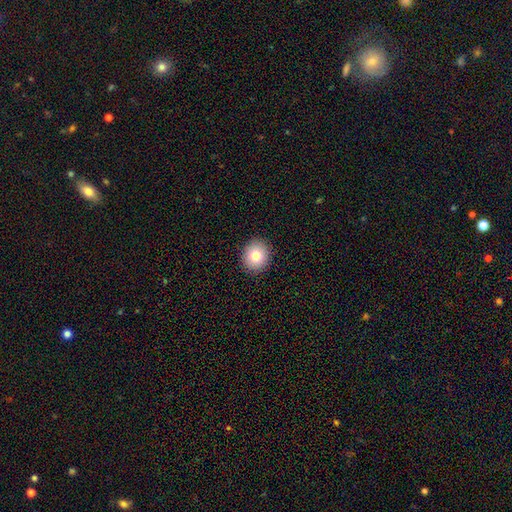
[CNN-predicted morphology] Smooth or featured: smooth — 80% (featured or disk — 10%)
How rounded: round — 78% (in between — 22%)
Merging: none — 91% (minor disturbance — 6%)